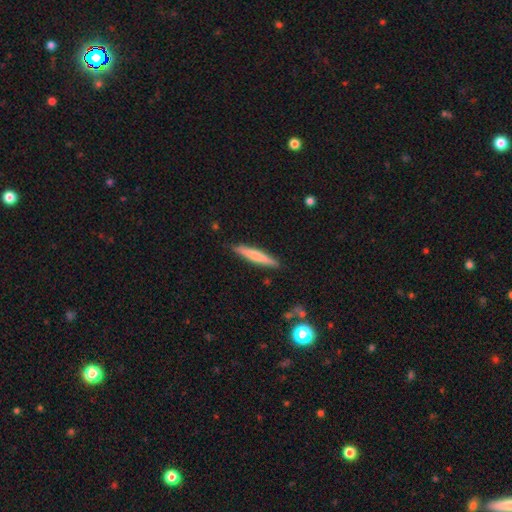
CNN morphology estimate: type=smooth (64%); roundness=cigar-shaped (94%); merging=none (89%).